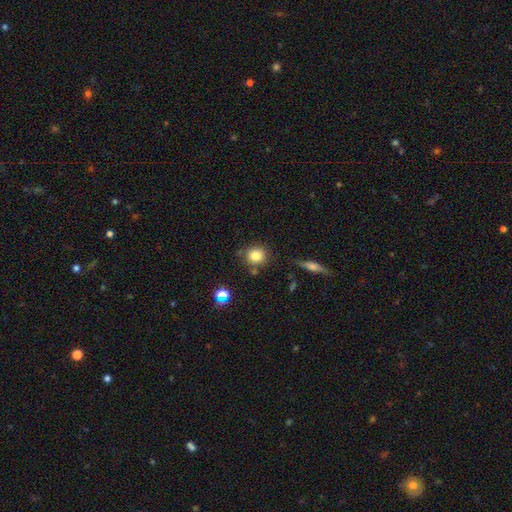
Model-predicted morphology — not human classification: Smooth or featured? Predicted: smooth (p=0.80). How rounded? Predicted: round (p=0.86). Merging? Predicted: none (p=0.78).